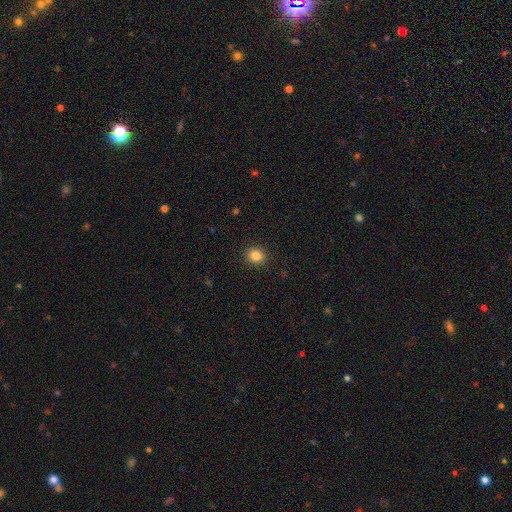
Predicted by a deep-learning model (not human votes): Smooth or featured? smooth (84%)
How rounded? round (78%)
Merging? none (91%)